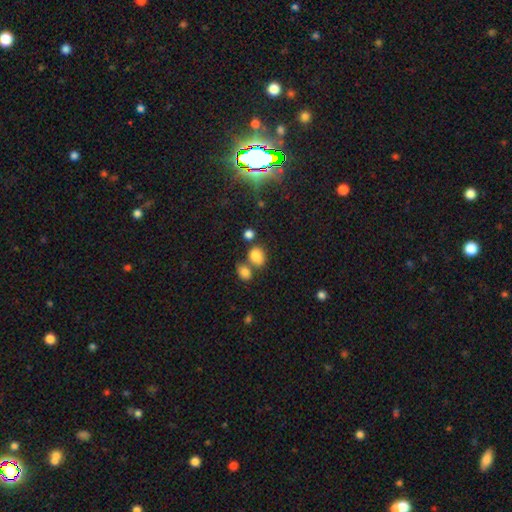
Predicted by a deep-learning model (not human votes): Overall: smooth (81%). How rounded: in between (53%; round 45%). Merging: none (50%; merger 32%).